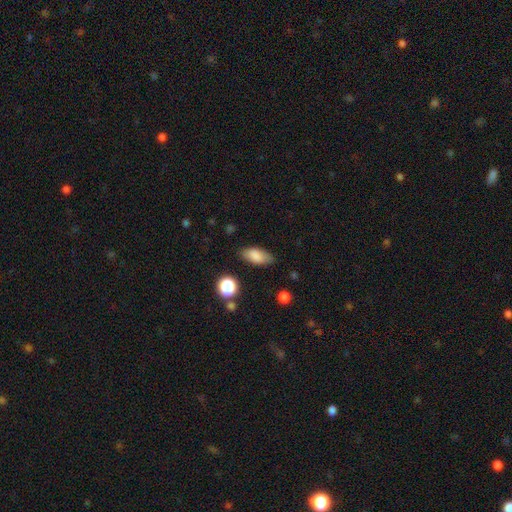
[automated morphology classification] smooth-or-featured: smooth: 82% | featured or disk: 10% | star or artifact: 8%
  how-rounded: in between: 84% | cigar-shaped: 12% | round: 4%
  merging: none: 80% | minor disturbance: 14% | major disturbance: 4% | merger: 2%